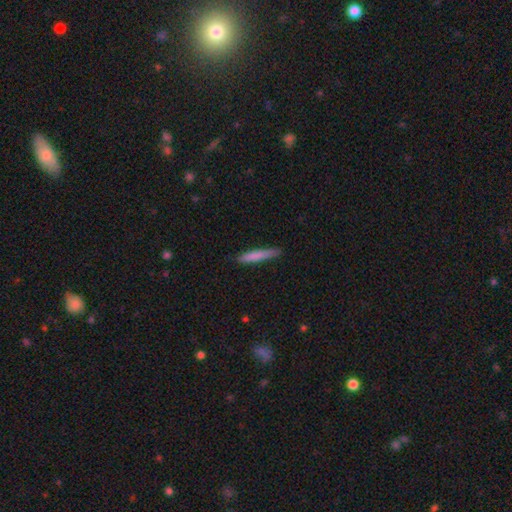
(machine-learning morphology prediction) smooth_or_featured: smooth (p=0.78) [alt: featured or disk p=0.16]
how_rounded: cigar-shaped (p=0.94) [alt: in between p=0.05]
merging: none (p=0.83) [alt: minor disturbance p=0.14]